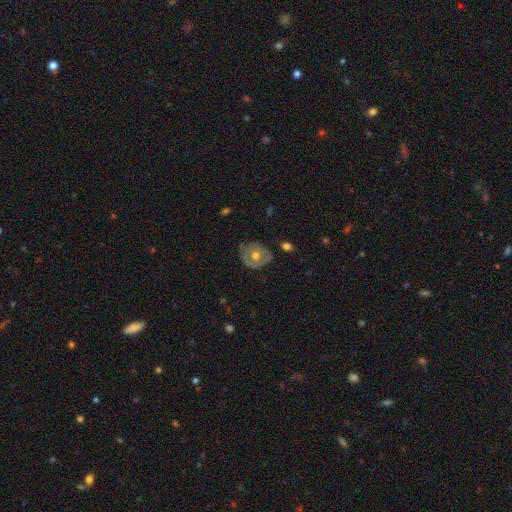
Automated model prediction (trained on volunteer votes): featured or disk 51%, smooth 42%, star or artifact 7%. Down the decision tree: edge-on disk — no (94%); merging — none (70%).